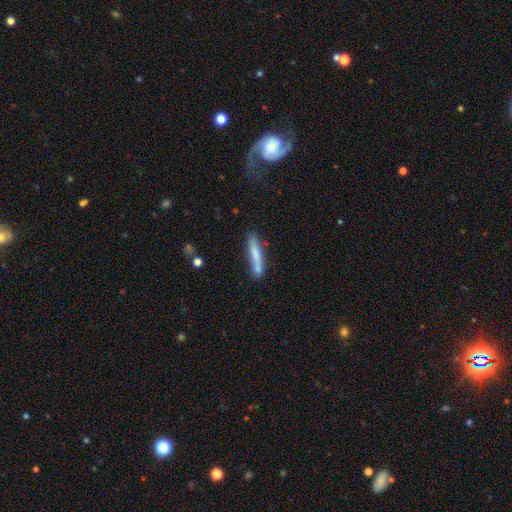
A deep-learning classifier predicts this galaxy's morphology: type=smooth (71%); roundness=cigar-shaped (91%); merging=none (70%).